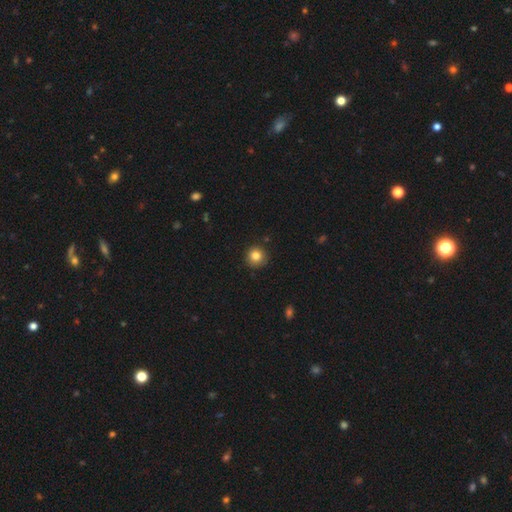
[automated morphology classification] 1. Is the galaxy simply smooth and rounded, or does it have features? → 83% smooth, 11% star or artifact, 6% featured or disk.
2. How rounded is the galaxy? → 94% round, 5% in between, 1% cigar-shaped.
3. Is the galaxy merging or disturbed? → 88% none, 9% minor disturbance, 2% major disturbance, 1% merger.